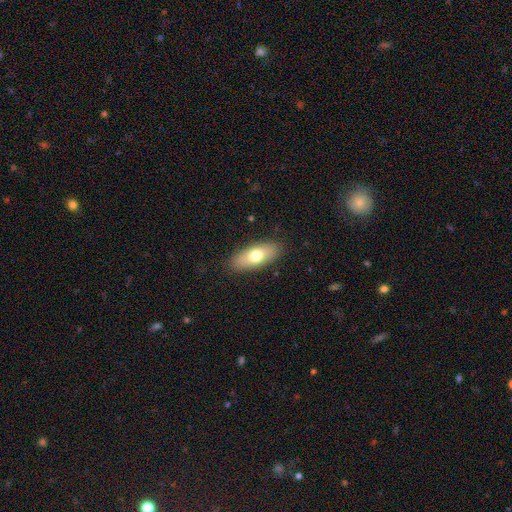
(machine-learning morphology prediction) Smooth or featured? smooth (71%)
How rounded? in between (79%)
Merging? none (87%)